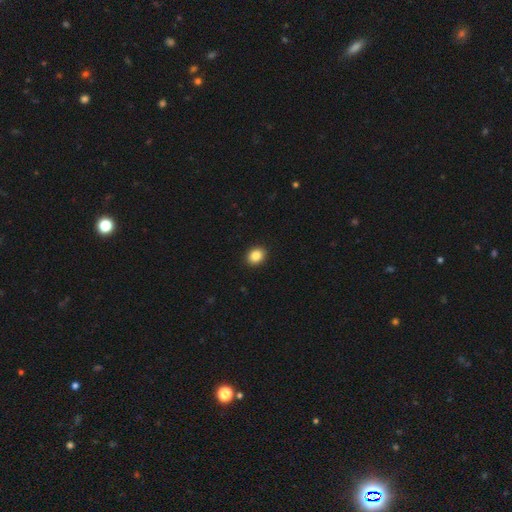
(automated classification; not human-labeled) The model was most divided on "how rounded": round: 52%, in between: 47%, cigar-shaped: 1%. More confident: merging — none (92%); smooth or featured — smooth (87%).